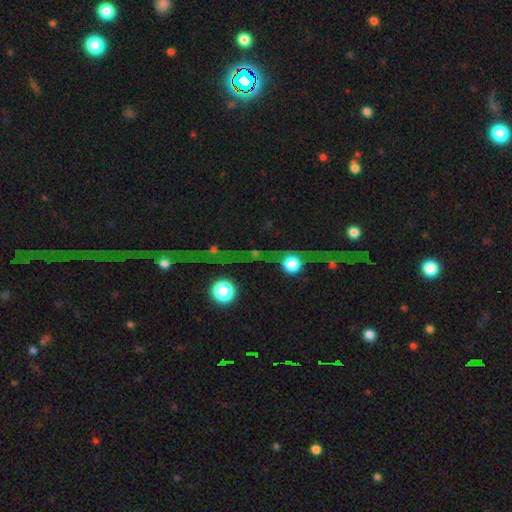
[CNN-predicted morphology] The model was most divided on "smooth or featured": star or artifact: 69%, smooth: 18%, featured or disk: 13%.